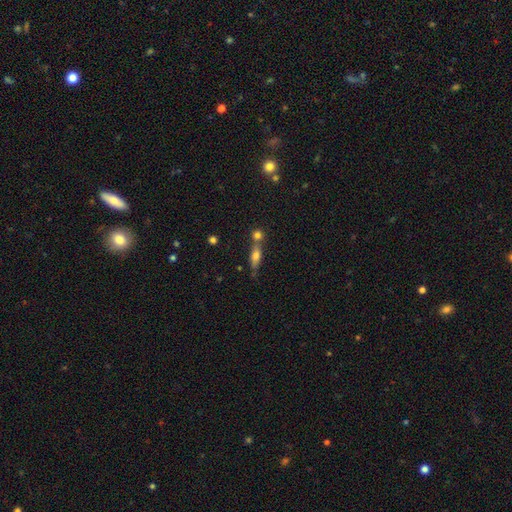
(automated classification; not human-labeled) A smooth galaxy with no disk features (62%) that is cigar-shaped (49%).

Vote fractions:
- Smooth or featured? smooth: 62% / featured or disk: 29% / star or artifact: 10%
- How rounded? cigar-shaped: 49% / in between: 45% / round: 6%
- Merging? none: 51% / merger: 34% / minor disturbance: 12% / major disturbance: 4%